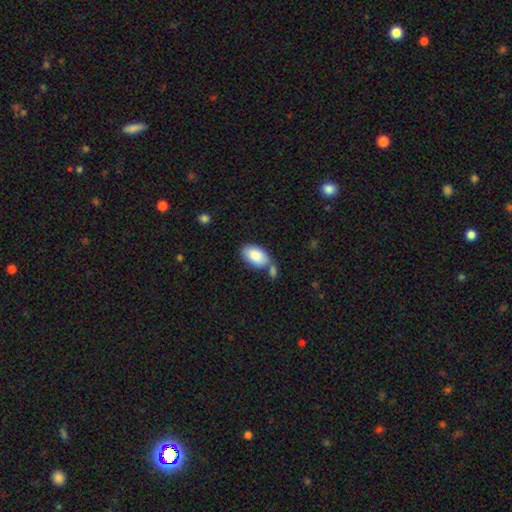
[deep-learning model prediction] smooth 86%, featured or disk 8%, star or artifact 6%. Down the decision tree: how rounded — in between (95%); merging — none (58%).